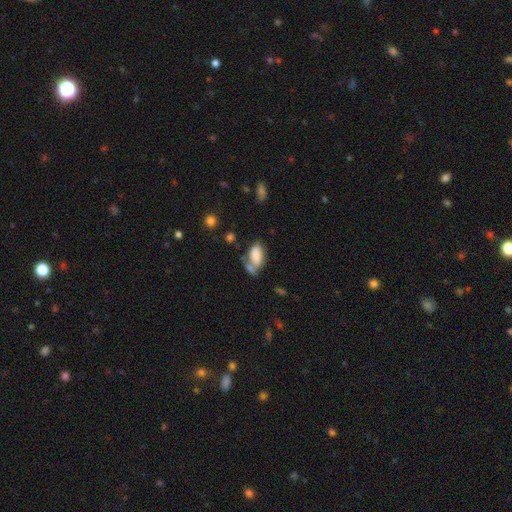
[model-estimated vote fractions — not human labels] Q: Smooth or featured?
A: smooth (77%); runner-up: featured or disk (14%)
Q: How rounded?
A: in between (92%); runner-up: round (4%)
Q: Merging?
A: none (39%); runner-up: merger (29%)